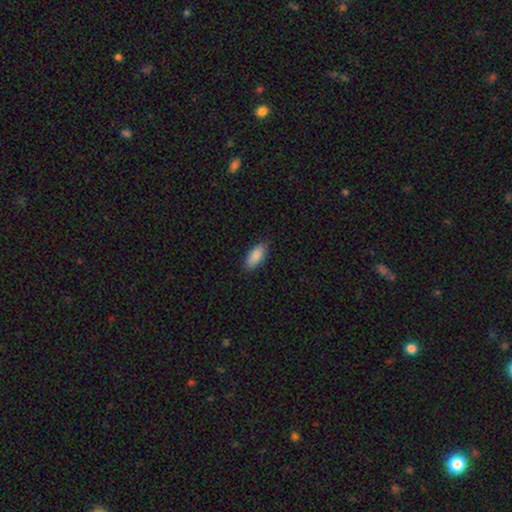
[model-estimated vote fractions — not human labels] Overall: smooth (89%). How rounded: in between (87%). Merging: none (86%).